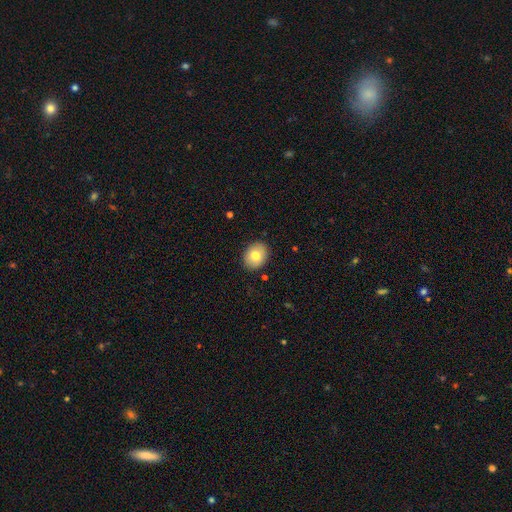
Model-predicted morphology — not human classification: A smooth galaxy with no disk features (77%) that is round (51%).

Vote fractions:
- Smooth or featured? smooth: 77% / featured or disk: 14% / star or artifact: 8%
- How rounded? round: 51% / in between: 48% / cigar-shaped: 1%
- Merging? none: 89% / minor disturbance: 8% / major disturbance: 2% / merger: 1%